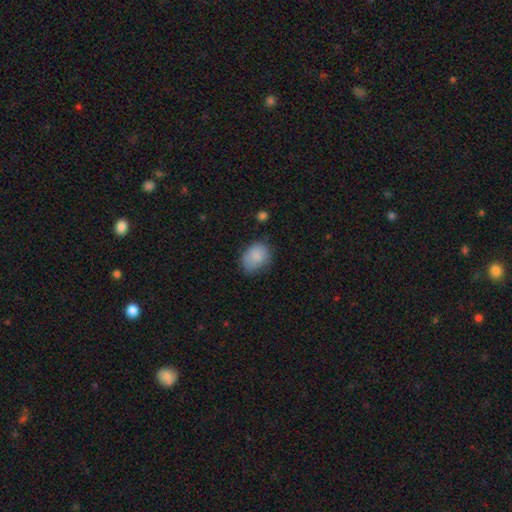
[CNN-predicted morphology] smooth_or_featured: smooth (p=0.85) [alt: star or artifact p=0.08]
how_rounded: in between (p=0.58) [alt: round p=0.41]
merging: none (p=0.64) [alt: minor disturbance p=0.27]